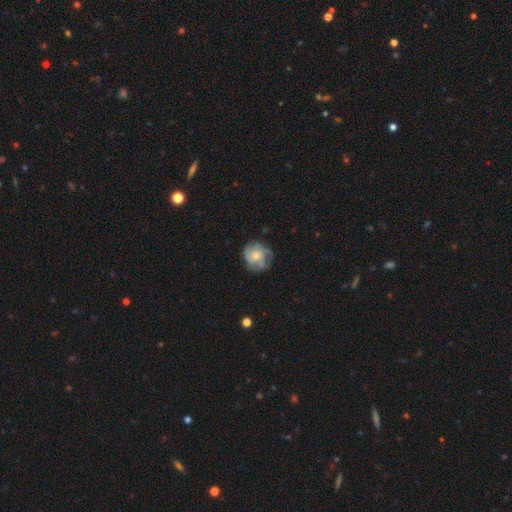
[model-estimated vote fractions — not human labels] A featured or disk galaxy (62%) with no bar (72%), 3 (31%) tight (43%) spiral arms (85%) and a moderate central bulge (56%). Merging: none (71%).